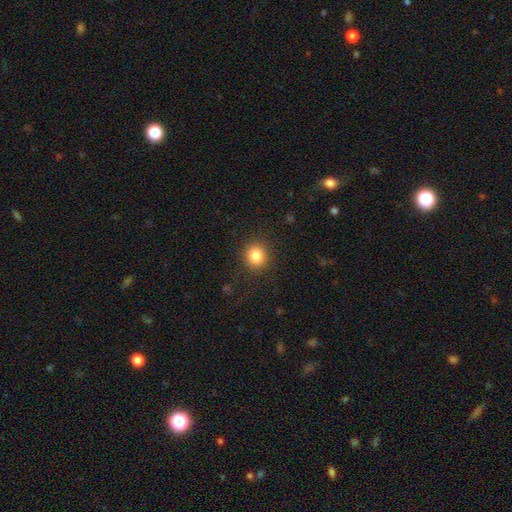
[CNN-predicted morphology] Smooth or featured? Predicted: smooth (p=0.83). How rounded? Predicted: round (p=0.86). Merging? Predicted: none (p=0.89).